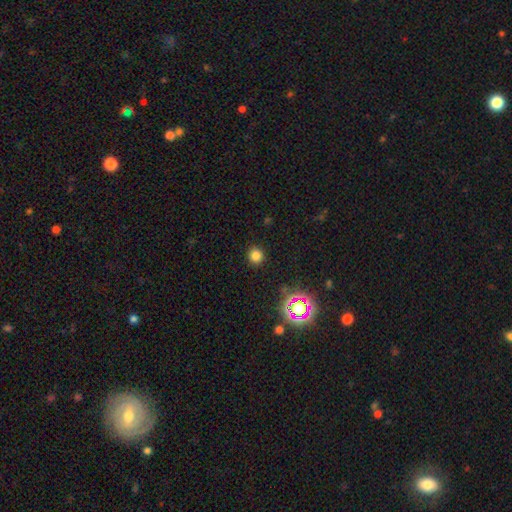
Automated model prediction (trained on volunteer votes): Morphology: type=smooth (77%); roundness=round (92%); merging=none (90%).